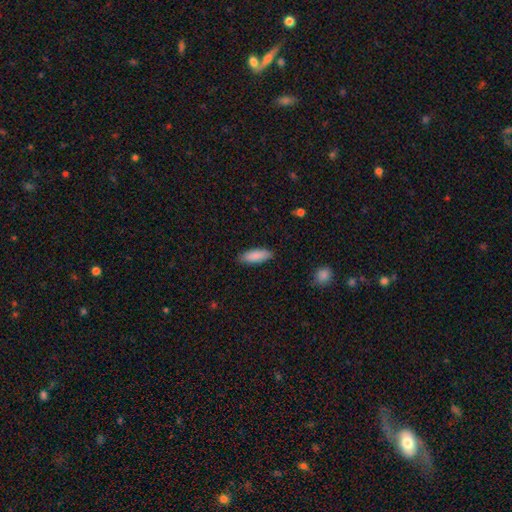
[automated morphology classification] This appears to be a smooth galaxy with no disk features (89%) that is in between round and cigar-shaped (64%). Merging: none (86%).